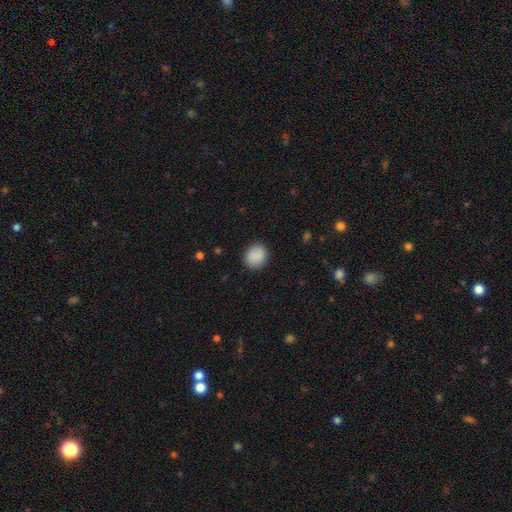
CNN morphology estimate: Smooth or featured: smooth — 89% (star or artifact — 7%)
How rounded: round — 76% (in between — 23%)
Merging: none — 89% (minor disturbance — 8%)